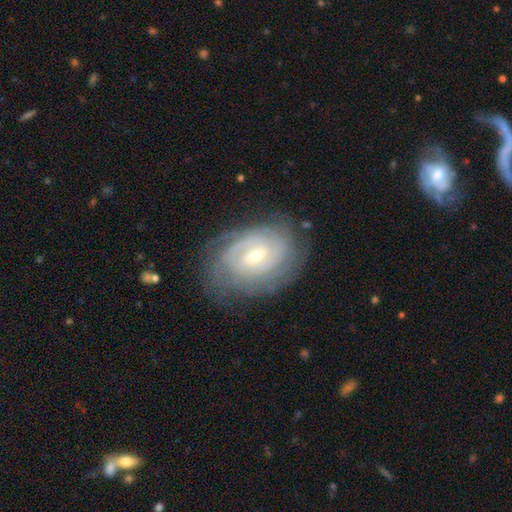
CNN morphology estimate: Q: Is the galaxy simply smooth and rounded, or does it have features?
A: featured or disk — 85%.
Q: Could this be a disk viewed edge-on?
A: no — 96%.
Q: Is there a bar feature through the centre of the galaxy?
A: weak — 57%.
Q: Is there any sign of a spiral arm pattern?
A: yes — 95%.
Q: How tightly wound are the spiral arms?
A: tight — 76%.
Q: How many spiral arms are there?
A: can't tell — 39%.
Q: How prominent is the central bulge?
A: small — 58%.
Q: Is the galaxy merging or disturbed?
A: none — 77%.